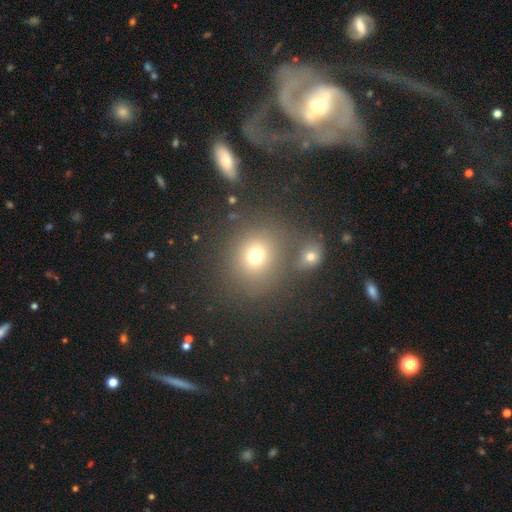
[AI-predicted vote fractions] smooth_or_featured: smooth (p=0.71) [alt: star or artifact p=0.18]
how_rounded: round (p=0.74) [alt: in between p=0.25]
merging: none (p=0.62) [alt: merger p=0.22]